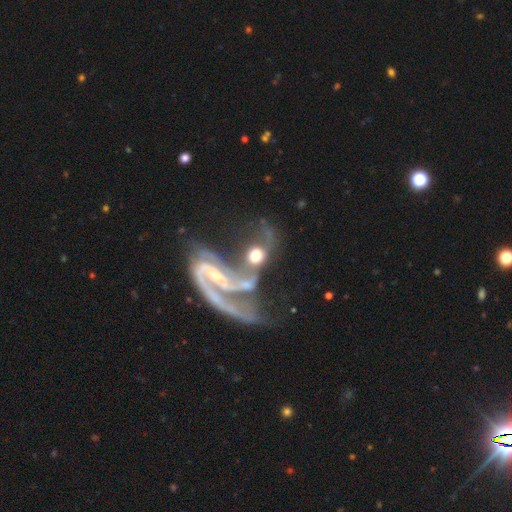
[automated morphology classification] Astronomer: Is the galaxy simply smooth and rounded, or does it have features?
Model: featured or disk — 57% (runner-up: smooth, 32%).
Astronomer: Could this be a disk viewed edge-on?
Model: no — 93%.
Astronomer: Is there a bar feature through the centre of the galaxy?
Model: no — 57%.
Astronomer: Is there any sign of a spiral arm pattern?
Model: yes — 78%.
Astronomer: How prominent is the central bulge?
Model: moderate — 36% (runner-up: small, 30%).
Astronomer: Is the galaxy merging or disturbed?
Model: merger — 56%.